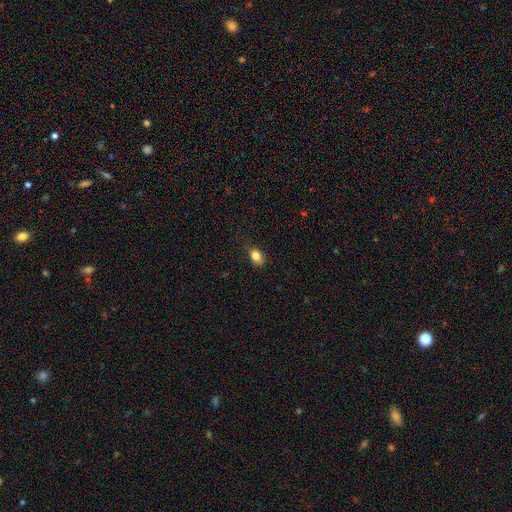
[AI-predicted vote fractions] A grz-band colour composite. It shows a smooth galaxy with no disk features (83%) that is in between round and cigar-shaped (66%). Merging: none (74%).